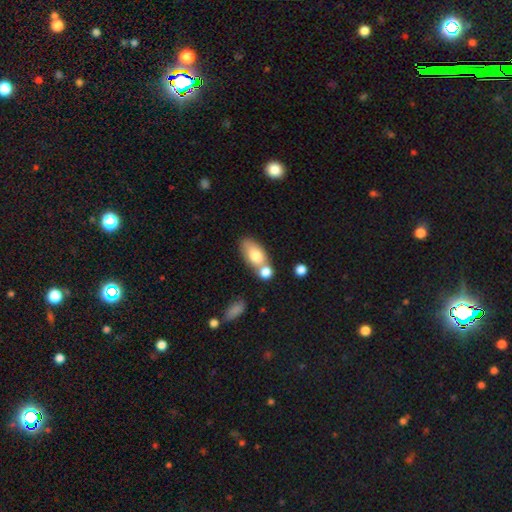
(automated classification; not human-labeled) Smooth or featured?
  - smooth: 74% *
  - featured or disk: 19%
  - star or artifact: 7%
How rounded?
  - in between: 87% *
  - round: 7%
  - cigar-shaped: 6%
Merging?
  - none: 44% *
  - merger: 37%
  - minor disturbance: 14%
  - major disturbance: 5%